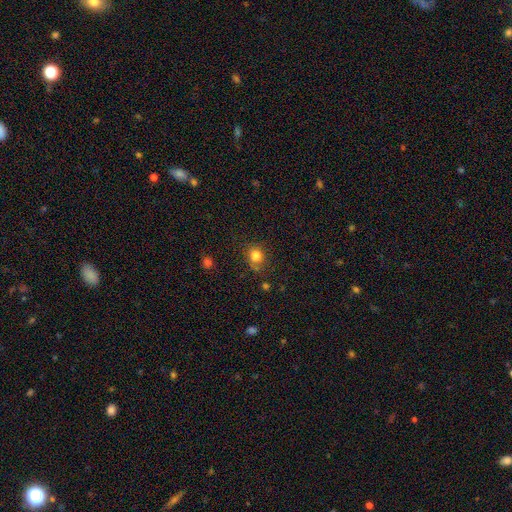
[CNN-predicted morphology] This is clearly a smooth galaxy (81%). How rounded: likely round (67%). Merging: likely none (66%).